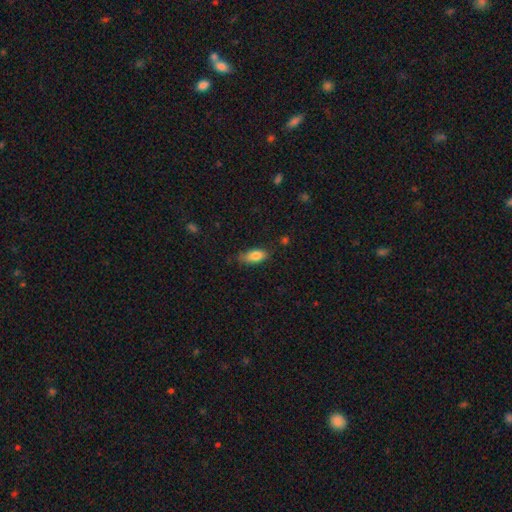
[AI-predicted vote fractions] The model was most divided on "merging": none: 70%, minor disturbance: 23%, major disturbance: 5%, merger: 2%. More confident: smooth or featured — smooth (83%); how rounded — in between (81%).